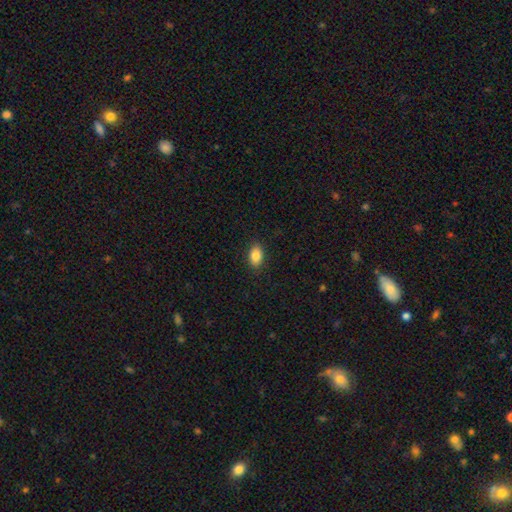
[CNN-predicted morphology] Overall: smooth (85%). How rounded: in between (89%). Merging: none (89%).